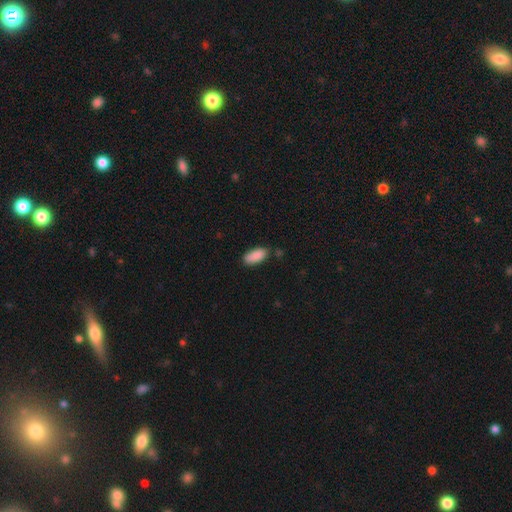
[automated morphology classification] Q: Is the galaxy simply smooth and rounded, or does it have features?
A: smooth — 89%.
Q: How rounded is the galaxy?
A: in between — 88%.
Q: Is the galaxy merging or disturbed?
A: none — 77%.